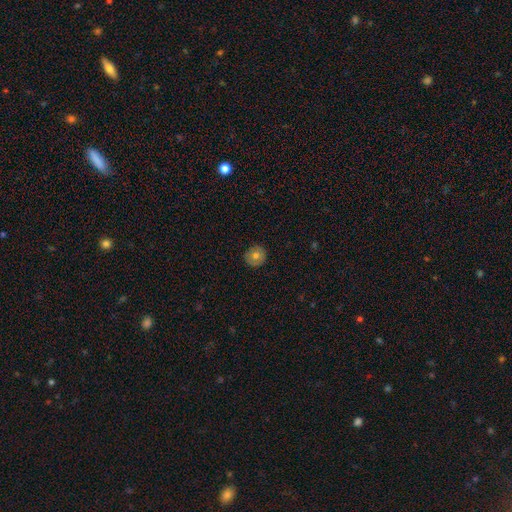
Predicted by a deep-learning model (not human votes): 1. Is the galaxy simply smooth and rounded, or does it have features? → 71% smooth, 20% featured or disk, 8% star or artifact.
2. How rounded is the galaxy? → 93% round, 6% in between, 1% cigar-shaped.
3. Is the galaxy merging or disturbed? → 90% none, 8% minor disturbance, 2% major disturbance, 1% merger.